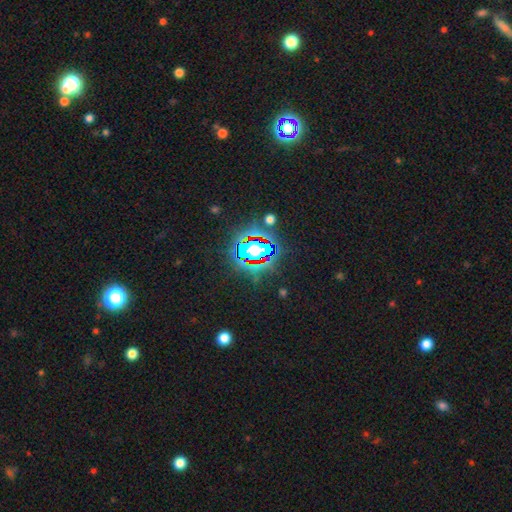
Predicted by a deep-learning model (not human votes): A star or artifact, not a galaxy (80%).